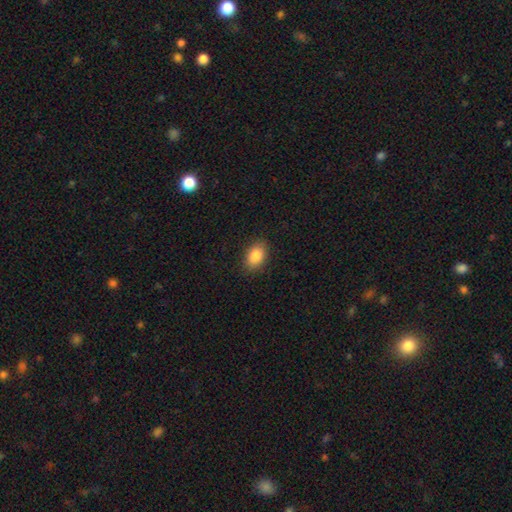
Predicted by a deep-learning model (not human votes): This appears to be a smooth galaxy with no disk features (85%) that is in between round and cigar-shaped (85%). Merging: none (88%).